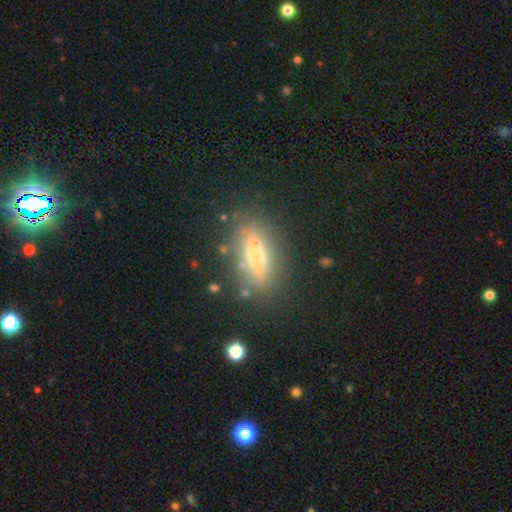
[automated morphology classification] This appears to be a smooth galaxy with no disk features (61%) that is in between round and cigar-shaped (77%). Merging: none (67%).